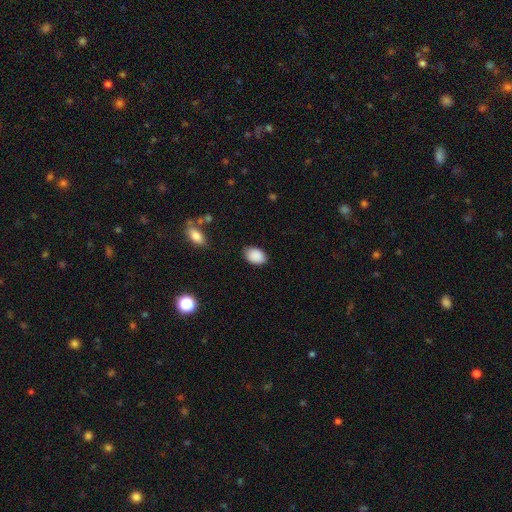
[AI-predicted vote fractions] Smooth or featured? smooth (90%)
How rounded? in between (86%)
Merging? none (84%)